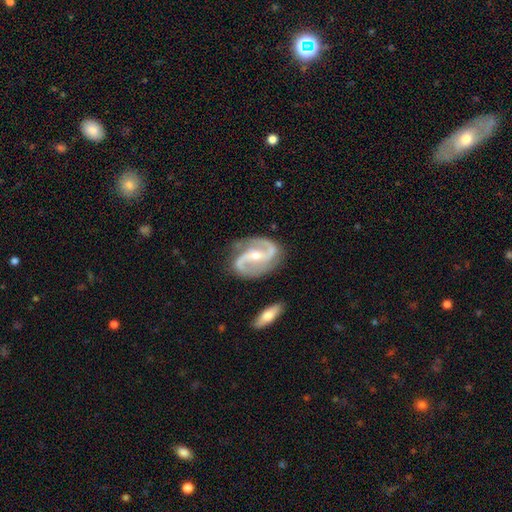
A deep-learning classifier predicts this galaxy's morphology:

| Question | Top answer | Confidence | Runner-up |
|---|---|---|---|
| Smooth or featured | featured or disk | 92% | star or artifact (4%) |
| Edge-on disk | no | 97% | yes (3%) |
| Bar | strong | 36% | weak (32%) |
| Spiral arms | yes | 98% | no (2%) |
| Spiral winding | medium | 53% | loose (30%) |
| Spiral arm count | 2 | 94% | can't tell (2%) |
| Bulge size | small | 54% | moderate (43%) |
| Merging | none | 79% | minor disturbance (15%) |